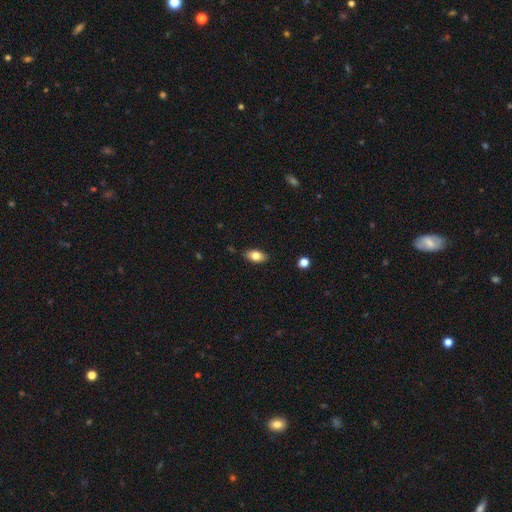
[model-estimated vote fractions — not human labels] A smooth galaxy with no disk features (80%) that is in between round and cigar-shaped (90%). Merging: none (86%).